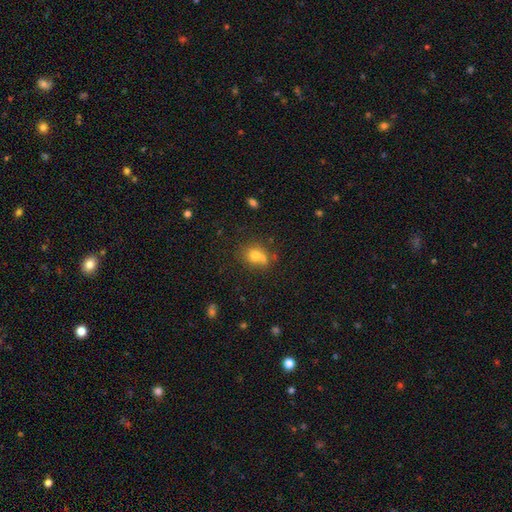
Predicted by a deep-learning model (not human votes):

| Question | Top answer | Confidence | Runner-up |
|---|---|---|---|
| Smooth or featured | smooth | 73% | featured or disk (14%) |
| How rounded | round | 70% | in between (29%) |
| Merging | none | 47% | merger (33%) |